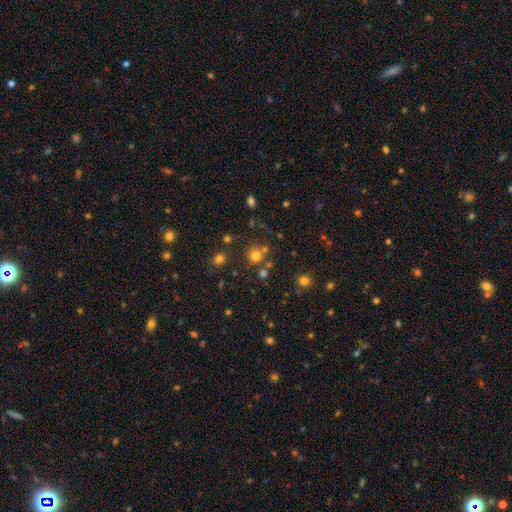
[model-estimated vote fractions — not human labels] The model was most divided on "smooth or featured": smooth: 71%, star or artifact: 21%, featured or disk: 9%. More confident: how rounded — round (89%); merging — none (72%).